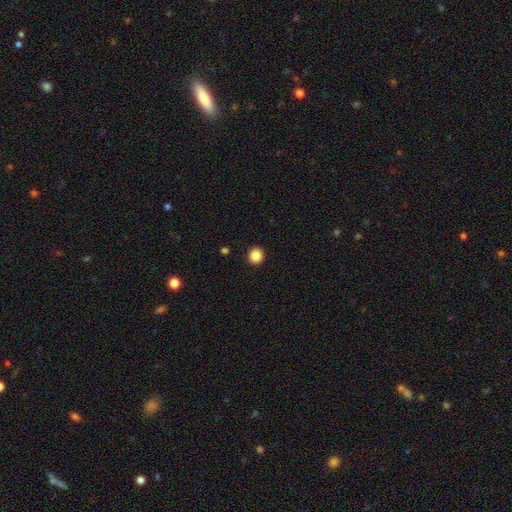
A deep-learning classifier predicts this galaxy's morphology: This appears to be a smooth galaxy with no disk features (87%) that is round (93%). Merging: none (93%).